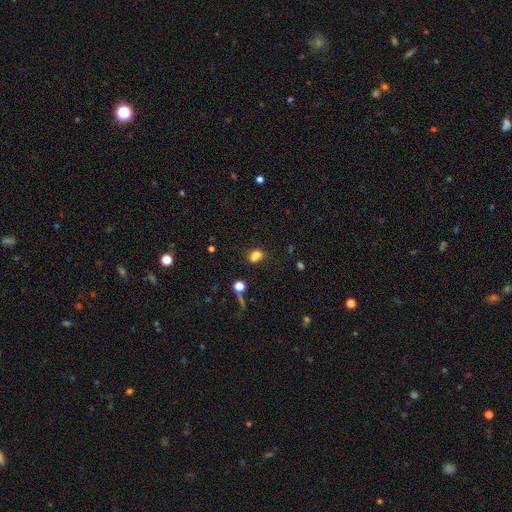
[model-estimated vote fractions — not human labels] Q: Smooth or featured?
A: smooth (75%); runner-up: star or artifact (16%)
Q: How rounded?
A: in between (69%); runner-up: round (28%)
Q: Merging?
A: none (53%); runner-up: merger (21%)